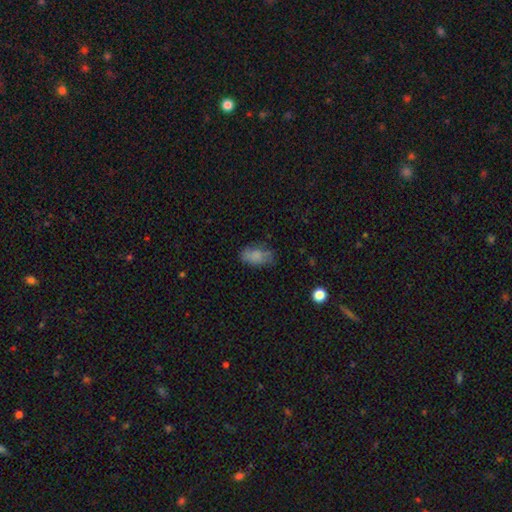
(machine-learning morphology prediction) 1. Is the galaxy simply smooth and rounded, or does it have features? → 78% smooth, 12% featured or disk, 9% star or artifact.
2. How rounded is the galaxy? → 91% in between, 6% round, 3% cigar-shaped.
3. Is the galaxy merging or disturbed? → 63% none, 26% minor disturbance, 9% major disturbance, 2% merger.